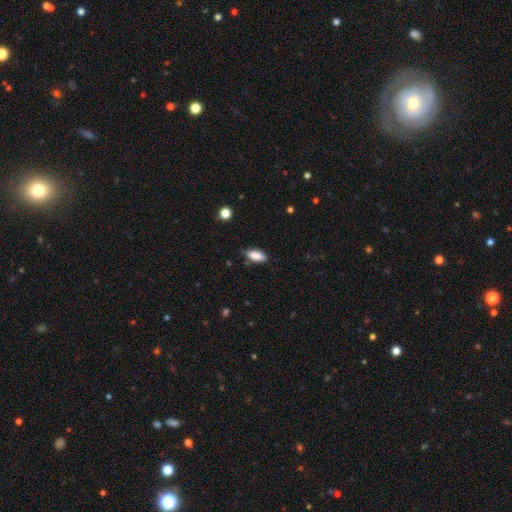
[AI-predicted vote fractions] A smooth galaxy with no disk features (85%) that is in between round and cigar-shaped (83%). Merging: none (75%).